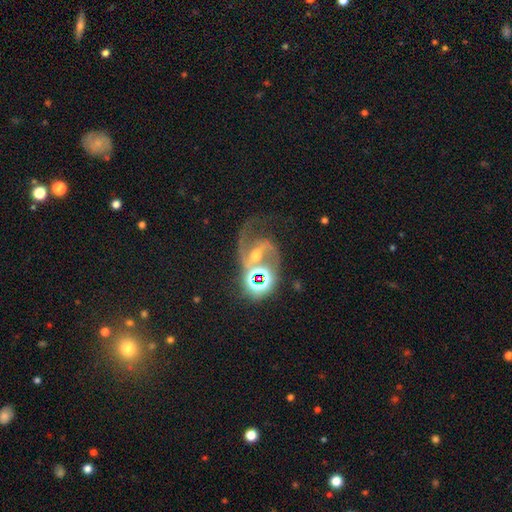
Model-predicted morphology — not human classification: Smooth or featured? featured or disk (75%)
Edge-on disk? no (97%)
Bar? weak (38%)
Spiral arms? yes (93%)
Spiral winding? medium (49%)
Spiral arm count? 2 (76%)
Bulge size? moderate (52%)
Merging? none (39%)